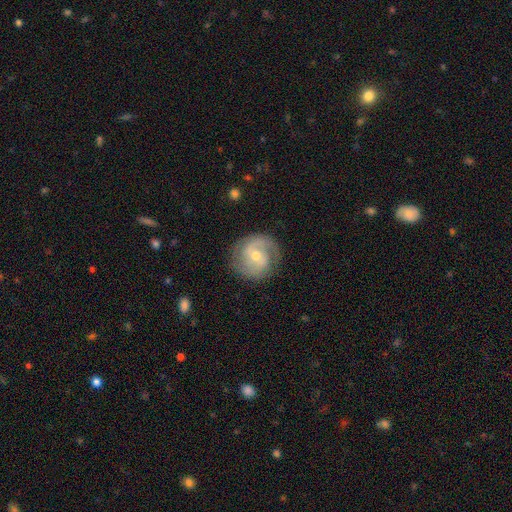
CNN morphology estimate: A featured or disk galaxy (79%) with no bar (44%), 2 (75%) medium (43%) spiral arms (93%) and a moderate central bulge (52%).

Vote fractions:
- Smooth or featured? featured or disk: 79% / smooth: 15% / star or artifact: 6%
- Edge-on disk? no: 97% / yes: 3%
- Bar? no: 44% / weak: 43% / strong: 13%
- Spiral arms? yes: 93% / no: 7%
- Spiral winding? medium: 43% / tight: 41% / loose: 16%
- Spiral arm count? 2: 75% / can't tell: 11% / 1: 7% / 3: 4% / 4: 2% / more than 4: 2%
- Bulge size? moderate: 52% / small: 45% / large: 2% / none: 1% / dominant: 1%
- Merging? none: 80% / minor disturbance: 14% / major disturbance: 5% / merger: 1%